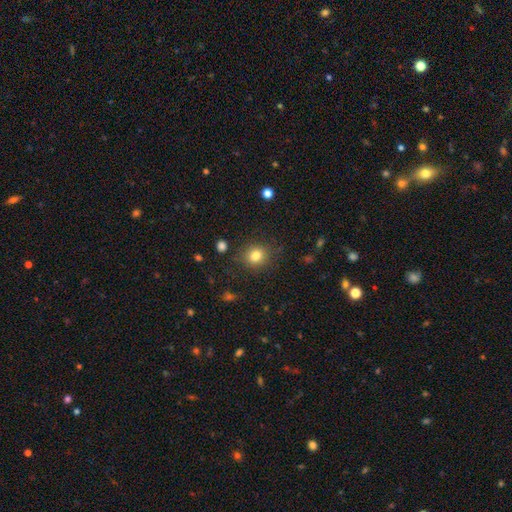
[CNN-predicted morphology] A smooth galaxy with no disk features (81%) that is round (78%). Merging: none (83%).